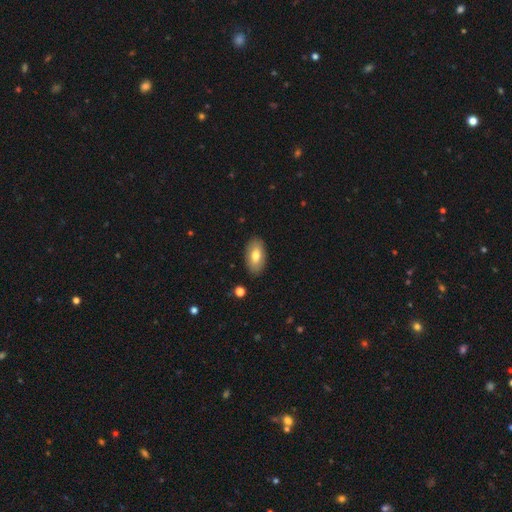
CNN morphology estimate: A smooth galaxy with no disk features (73%) that is in between round and cigar-shaped (94%).

Vote fractions:
- Smooth or featured? smooth: 73% / featured or disk: 20% / star or artifact: 7%
- How rounded? in between: 94% / round: 4% / cigar-shaped: 2%
- Merging? none: 87% / minor disturbance: 9% / major disturbance: 2% / merger: 1%